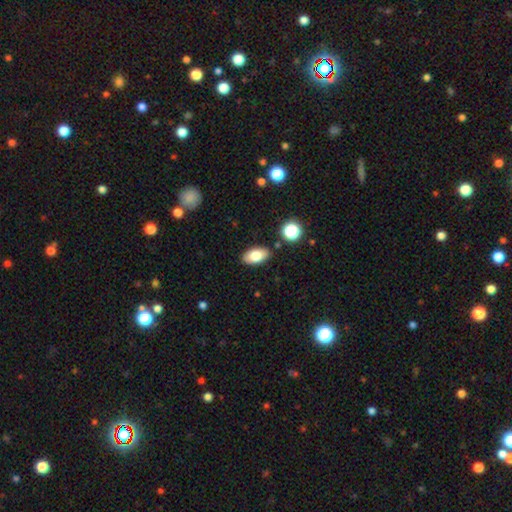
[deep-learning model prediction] A smooth galaxy with no disk features (79%) that is in between round and cigar-shaped (92%).

Vote fractions:
- Smooth or featured? smooth: 79% / featured or disk: 12% / star or artifact: 9%
- How rounded? in between: 92% / round: 5% / cigar-shaped: 3%
- Merging? none: 87% / minor disturbance: 9% / merger: 2% / major disturbance: 2%